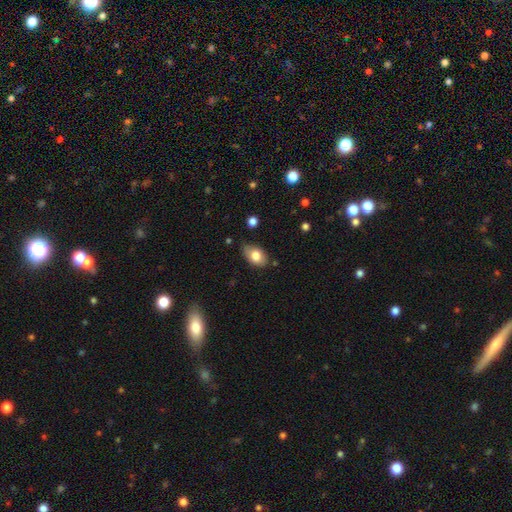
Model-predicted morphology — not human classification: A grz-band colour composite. It shows a smooth galaxy with no disk features (80%) that is in between round and cigar-shaped (88%). Merging: none (71%).